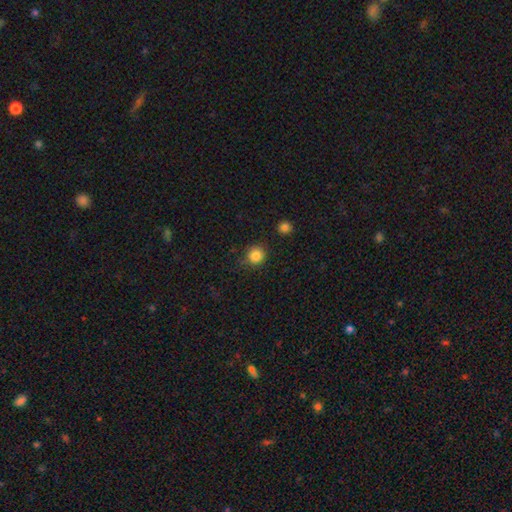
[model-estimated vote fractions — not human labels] A smooth galaxy with no disk features (84%) that is round (90%).

Vote fractions:
- Smooth or featured? smooth: 84% / star or artifact: 11% / featured or disk: 4%
- How rounded? round: 90% / in between: 9% / cigar-shaped: 1%
- Merging? none: 81% / minor disturbance: 12% / major disturbance: 4% / merger: 3%